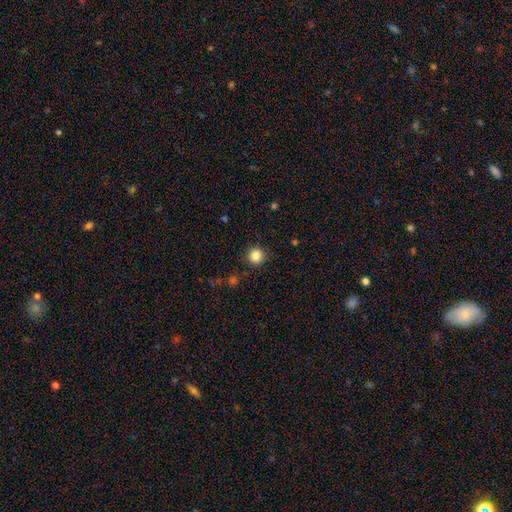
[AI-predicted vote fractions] Morphology: type=smooth (84%); roundness=round (95%); merging=none (90%).